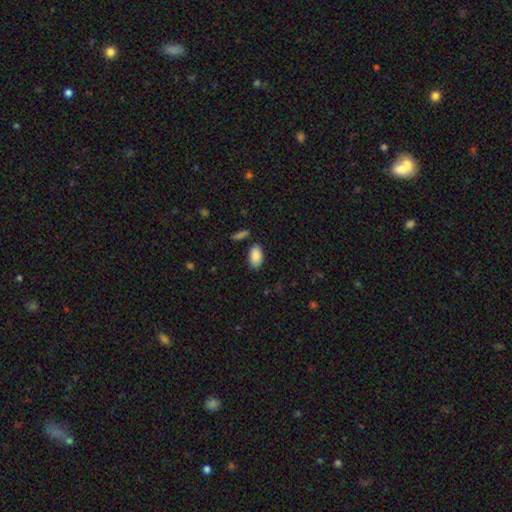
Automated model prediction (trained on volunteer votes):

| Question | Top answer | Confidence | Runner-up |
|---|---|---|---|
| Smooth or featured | smooth | 88% | star or artifact (7%) |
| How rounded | in between | 94% | round (4%) |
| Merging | none | 82% | minor disturbance (12%) |